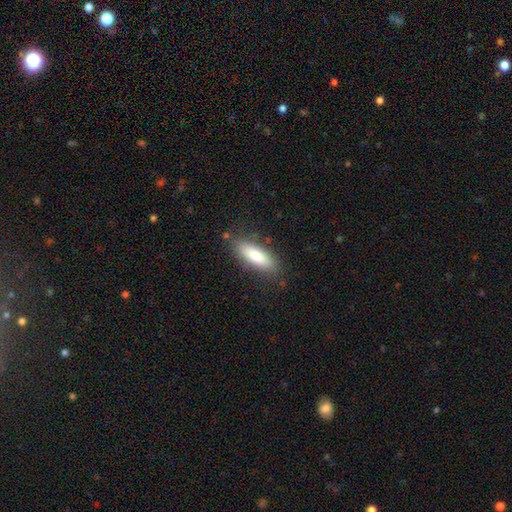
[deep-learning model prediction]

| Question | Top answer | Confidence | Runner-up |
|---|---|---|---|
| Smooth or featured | smooth | 82% | featured or disk (12%) |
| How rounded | in between | 60% | cigar-shaped (38%) |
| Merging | none | 82% | minor disturbance (13%) |